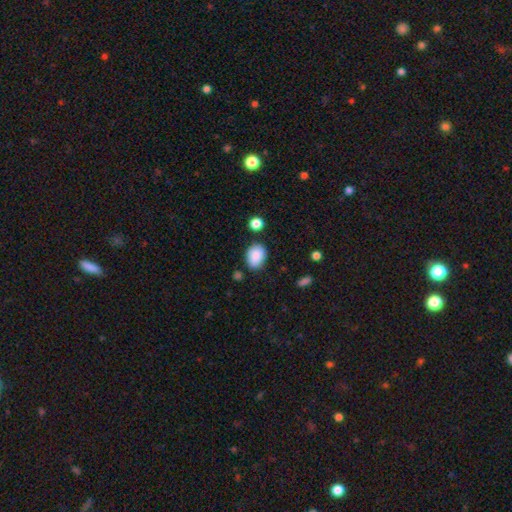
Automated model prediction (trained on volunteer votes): Smooth or featured?
  - smooth: 88% *
  - star or artifact: 8%
  - featured or disk: 4%
How rounded?
  - in between: 73% *
  - round: 26%
  - cigar-shaped: 1%
Merging?
  - none: 76% *
  - minor disturbance: 16%
  - merger: 4%
  - major disturbance: 4%